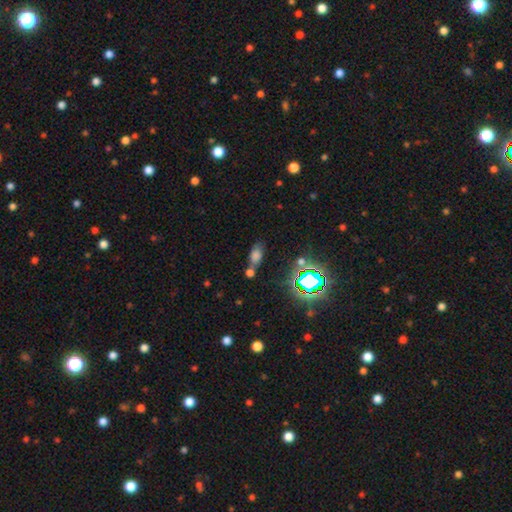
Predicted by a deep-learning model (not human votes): Smooth or featured: smooth — 58% (star or artifact — 31%)
How rounded: in between — 79% (round — 12%)
Merging: none — 61% (merger — 20%)